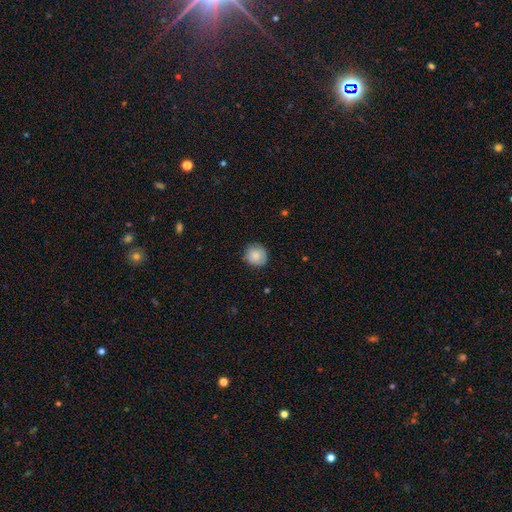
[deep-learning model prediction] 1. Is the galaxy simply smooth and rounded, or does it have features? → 86% smooth, 8% star or artifact, 7% featured or disk.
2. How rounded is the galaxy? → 90% round, 9% in between, 1% cigar-shaped.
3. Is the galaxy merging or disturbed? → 81% none, 15% minor disturbance, 3% major disturbance, 1% merger.